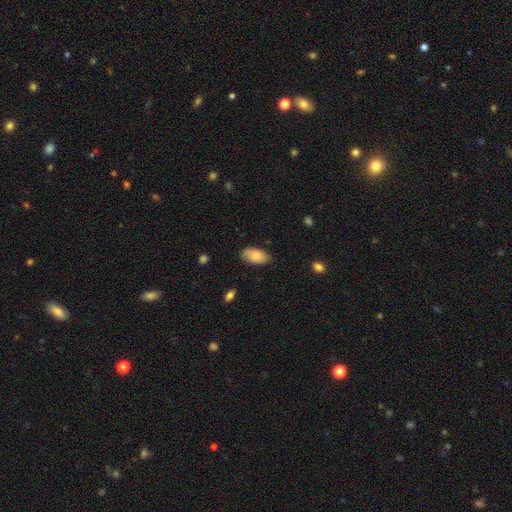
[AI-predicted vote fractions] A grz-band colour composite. It shows a smooth galaxy with no disk features (84%) that is in between round and cigar-shaped (95%). Merging: none (81%).